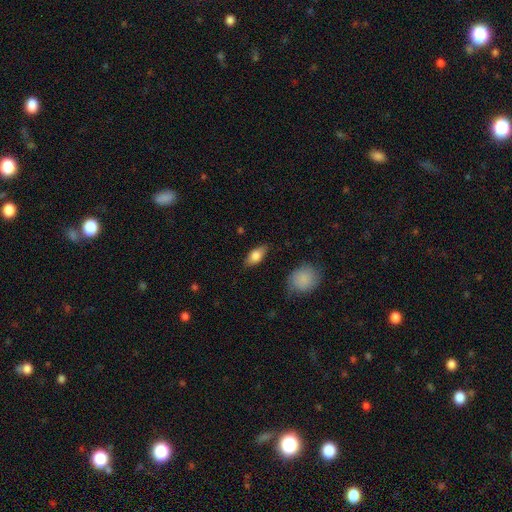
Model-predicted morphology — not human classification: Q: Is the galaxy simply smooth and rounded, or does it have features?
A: smooth — 75%.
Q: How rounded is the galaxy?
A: in between — 85%.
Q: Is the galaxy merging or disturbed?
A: none — 82%.